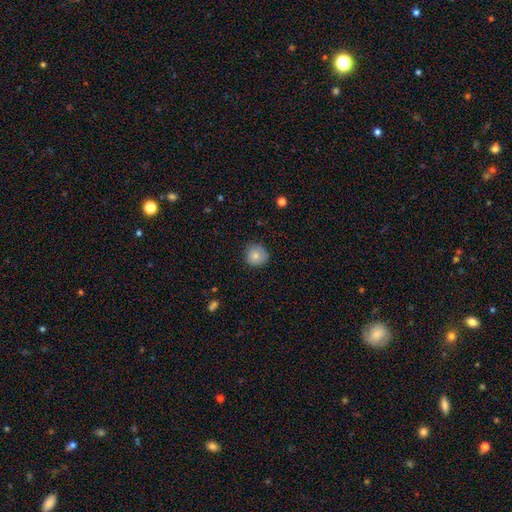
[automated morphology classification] smooth_or_featured: smooth (p=0.80) [alt: featured or disk p=0.10]
how_rounded: round (p=0.92) [alt: in between p=0.07]
merging: none (p=0.84) [alt: minor disturbance p=0.12]